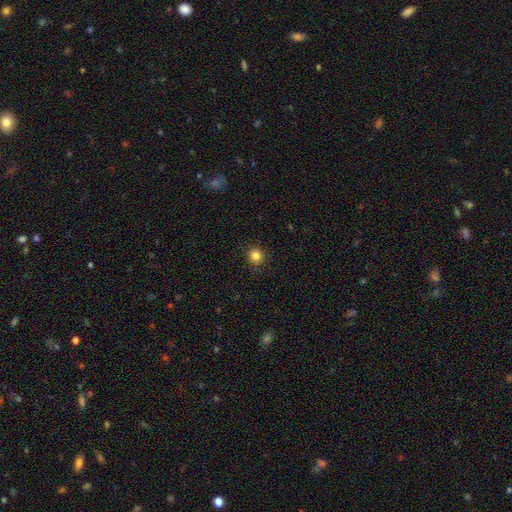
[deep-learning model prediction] Overall: smooth (84%). How rounded: round (92%). Merging: none (89%).